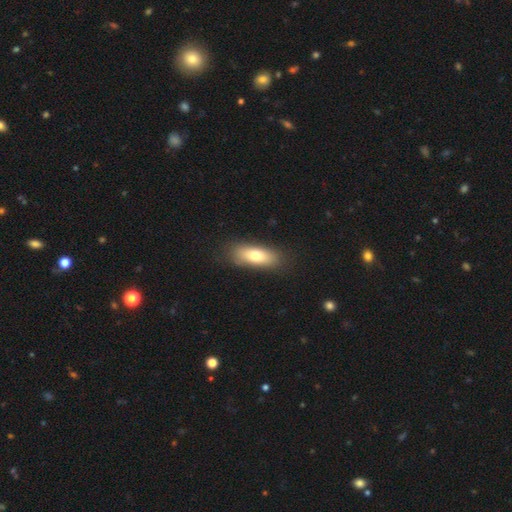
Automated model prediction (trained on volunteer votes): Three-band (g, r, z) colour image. It shows a smooth galaxy with no disk features (74%) that is in between round and cigar-shaped (73%). Merging: none (84%).